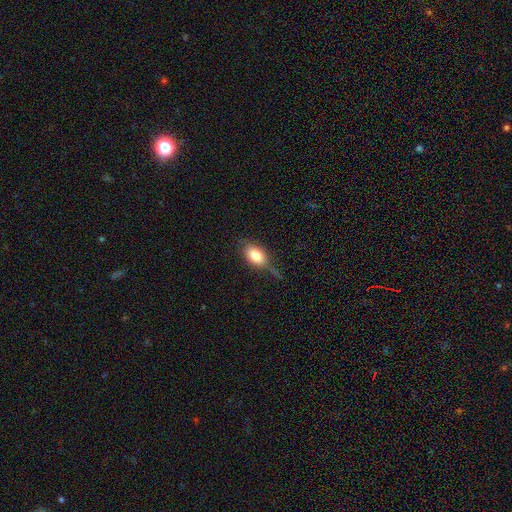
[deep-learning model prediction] Smooth or featured? smooth (74%)
How rounded? in between (83%)
Merging? none (57%)